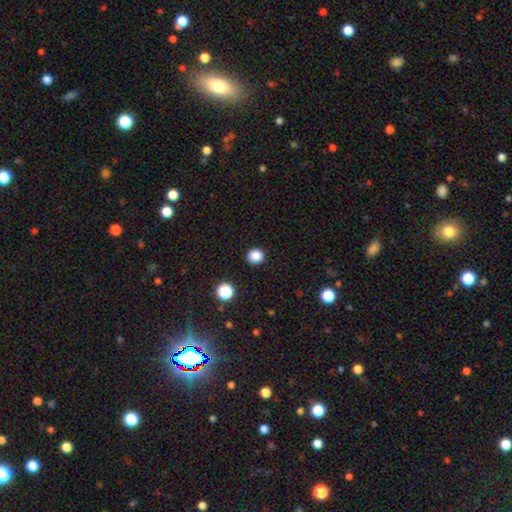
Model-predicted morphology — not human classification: Q: Smooth or featured?
A: smooth (85%); runner-up: star or artifact (12%)
Q: How rounded?
A: round (90%); runner-up: in between (9%)
Q: Merging?
A: none (92%); runner-up: minor disturbance (5%)